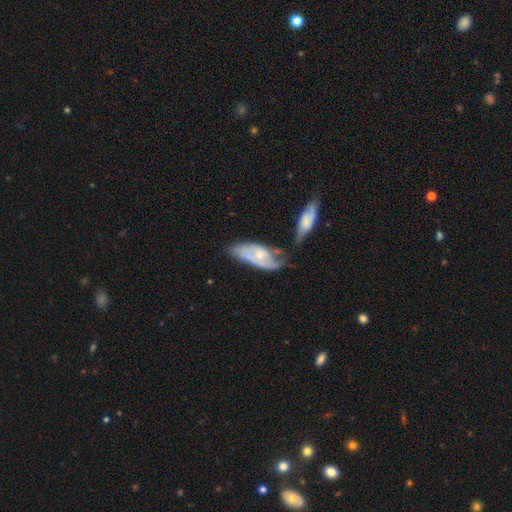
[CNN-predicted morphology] Smooth or featured? Predicted: featured or disk (p=0.61). Edge-on disk? Predicted: no (p=0.87). Bar? Predicted: no (p=0.68). Spiral arms? Predicted: yes (p=0.73). Bulge size? Predicted: small (p=0.58). Merging? Predicted: none (p=0.36).